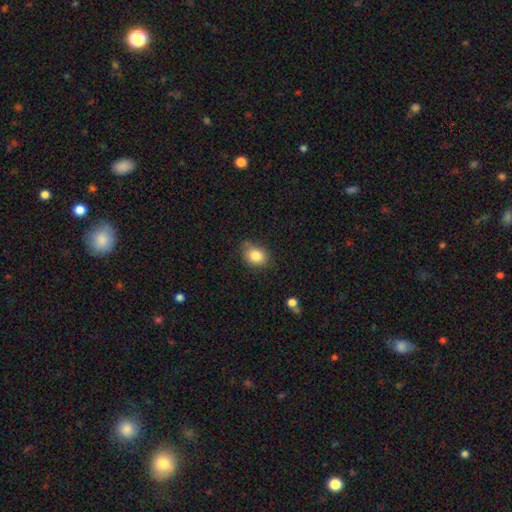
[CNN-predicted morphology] Smooth or featured: smooth — 84% (star or artifact — 10%)
How rounded: in between — 56% (round — 43%)
Merging: none — 67% (minor disturbance — 25%)